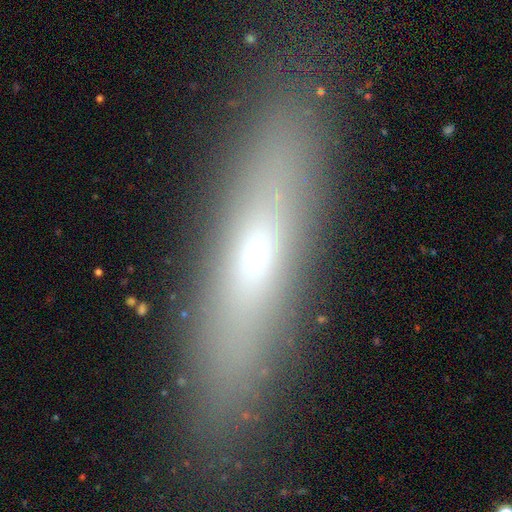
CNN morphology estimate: type=smooth (52%); roundness=cigar-shaped (69%); merging=none (84%).